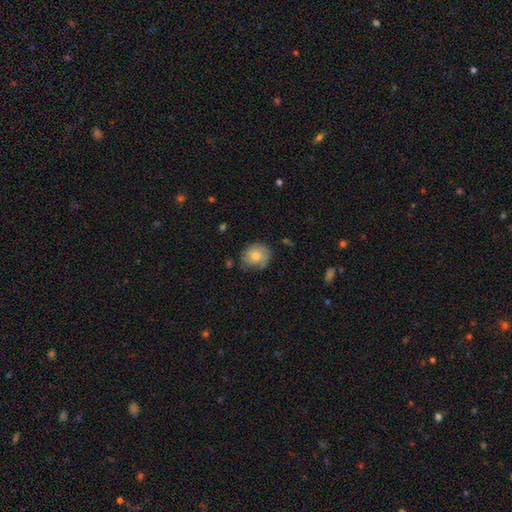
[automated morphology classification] smooth 59%, featured or disk 32%, star or artifact 8%. Down the decision tree: how rounded — round (76%); merging — none (69%).